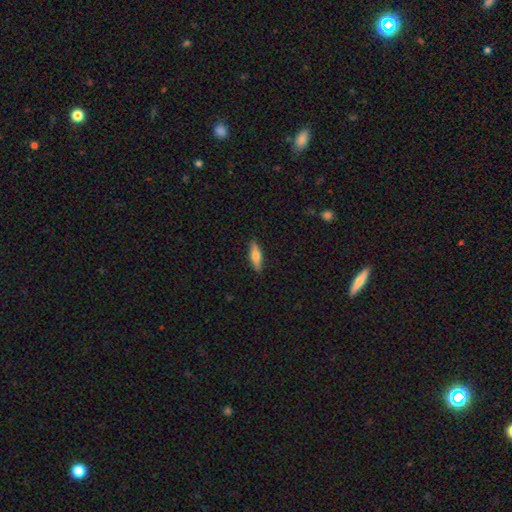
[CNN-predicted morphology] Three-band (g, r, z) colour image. It shows a smooth galaxy with no disk features (65%) that is cigar-shaped (56%). Merging: none (88%).